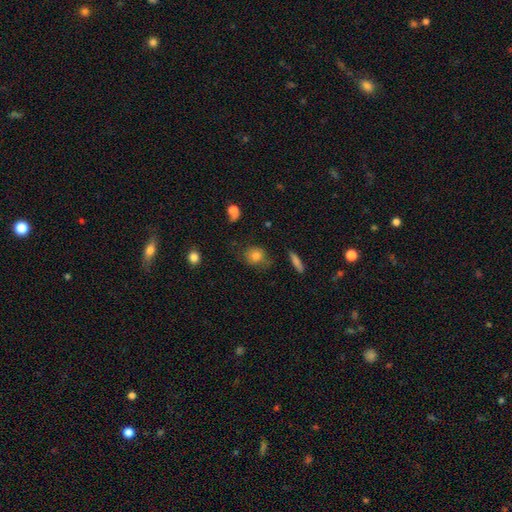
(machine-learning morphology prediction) The model was most divided on "how rounded": round: 70%, in between: 28%, cigar-shaped: 2%. More confident: smooth or featured — smooth (79%); merging — none (69%).